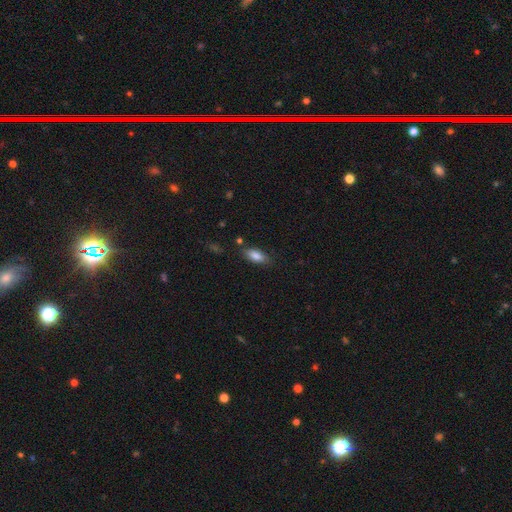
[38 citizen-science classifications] Smooth or featured: smooth — 95% (featured or disk — 3%)
How rounded: in between — 78% (cigar-shaped — 22%)
Merging: none — 92% (minor disturbance — 8%)